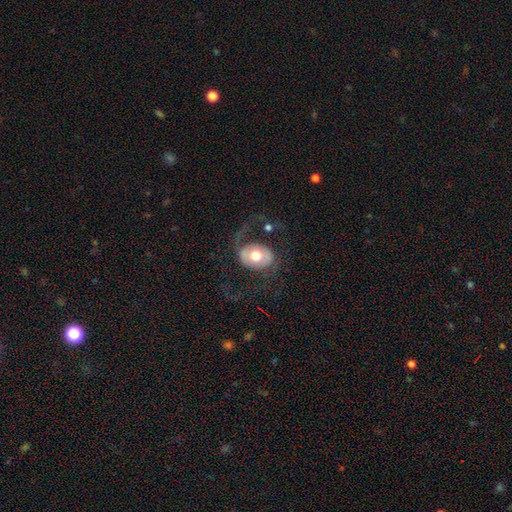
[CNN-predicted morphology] smooth-or-featured: featured or disk: 64% | smooth: 30% | star or artifact: 6%
  disk-edge-on: no: 96% | yes: 4%
    bar: no: 61% | weak: 27% | strong: 12%
    has-spiral-arms: yes: 73% | no: 27%
    bulge-size: moderate: 63% | large: 27% | small: 5% | dominant: 4% | none: 1%
  merging: none: 54% | major disturbance: 28% | minor disturbance: 15% | merger: 3%